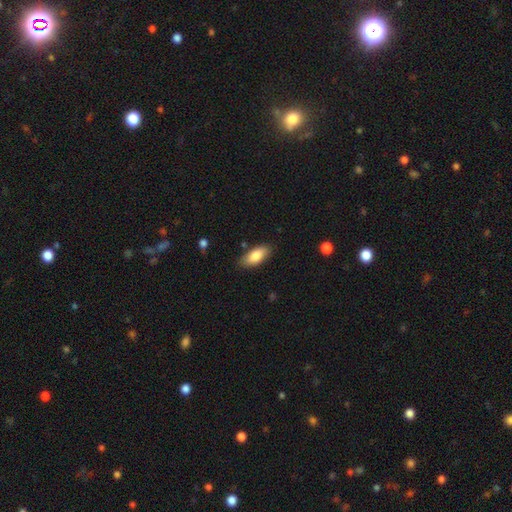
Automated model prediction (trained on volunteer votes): Q: Smooth or featured?
A: smooth (83%); runner-up: featured or disk (11%)
Q: How rounded?
A: in between (86%); runner-up: cigar-shaped (12%)
Q: Merging?
A: none (83%); runner-up: minor disturbance (13%)